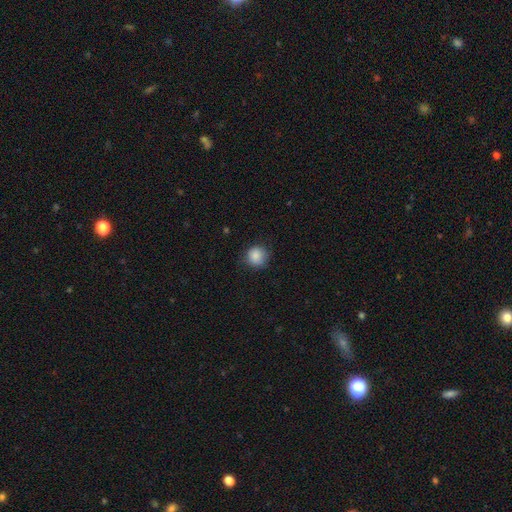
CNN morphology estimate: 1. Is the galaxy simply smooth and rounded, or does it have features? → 86% smooth, 8% star or artifact, 5% featured or disk.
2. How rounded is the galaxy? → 90% round, 9% in between, 1% cigar-shaped.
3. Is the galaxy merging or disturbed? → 79% none, 16% minor disturbance, 4% major disturbance, 1% merger.